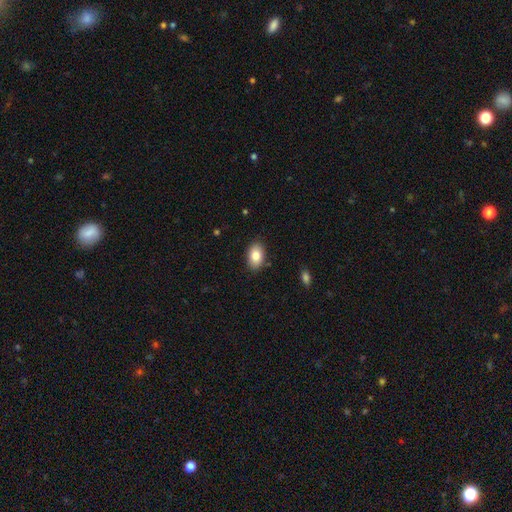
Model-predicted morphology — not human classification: smooth 83%, featured or disk 9%, star or artifact 7%. Down the decision tree: how rounded — in between (89%); merging — none (87%).